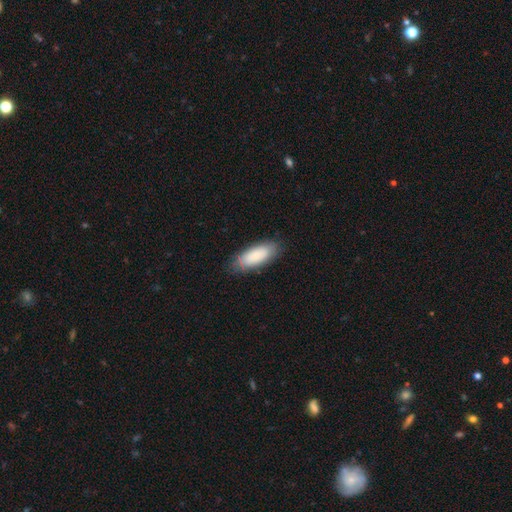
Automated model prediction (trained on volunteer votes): smooth_or_featured: smooth (p=0.86) [alt: featured or disk p=0.09]
how_rounded: in between (p=0.78) [alt: cigar-shaped p=0.20]
merging: none (p=0.82) [alt: minor disturbance p=0.14]